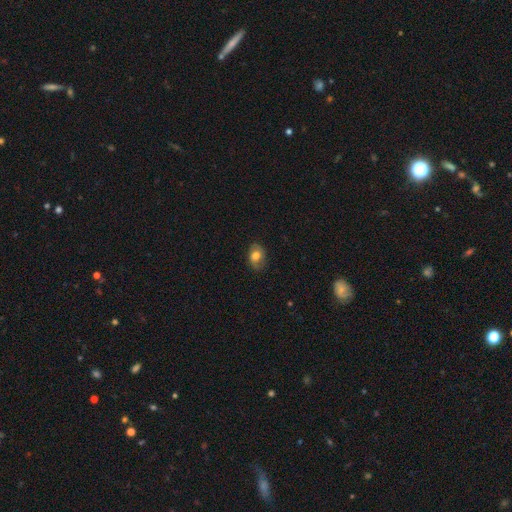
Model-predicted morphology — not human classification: Smooth or featured?
  - smooth: 64% *
  - featured or disk: 27%
  - star or artifact: 9%
How rounded?
  - in between: 70% *
  - round: 29%
  - cigar-shaped: 1%
Merging?
  - none: 76% *
  - minor disturbance: 18%
  - major disturbance: 5%
  - merger: 1%